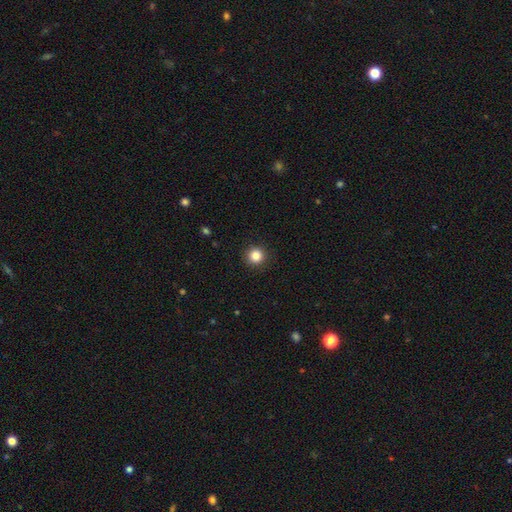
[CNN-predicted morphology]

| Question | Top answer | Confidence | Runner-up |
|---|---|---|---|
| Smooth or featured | smooth | 86% | star or artifact (11%) |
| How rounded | round | 95% | in between (4%) |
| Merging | none | 92% | minor disturbance (5%) |